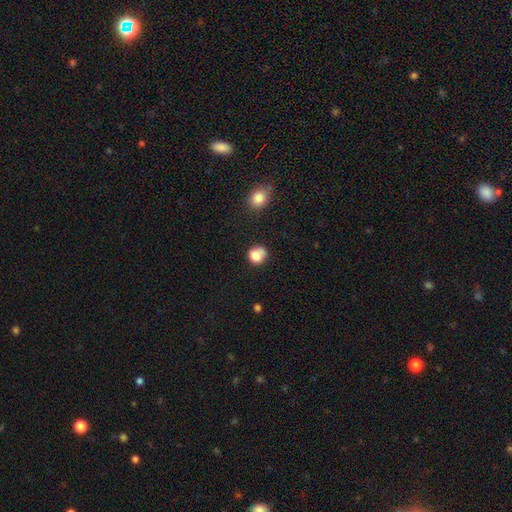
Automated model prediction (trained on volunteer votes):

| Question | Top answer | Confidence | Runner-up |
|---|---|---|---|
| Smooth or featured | smooth | 80% | star or artifact (10%) |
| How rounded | round | 72% | in between (27%) |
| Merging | none | 46% | minor disturbance (23%) |